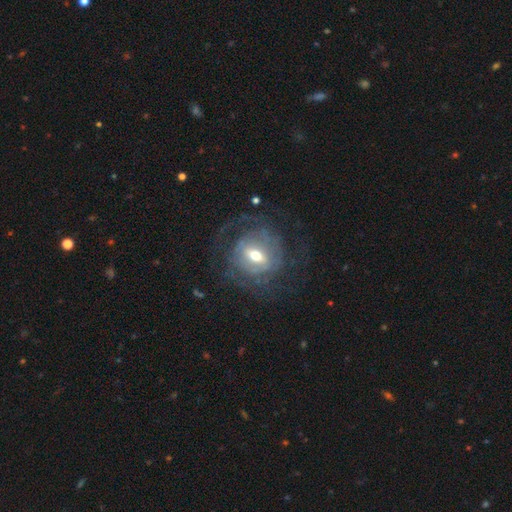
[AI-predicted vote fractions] A featured or disk galaxy (74%) with a weak bar (45%), tight (42%) spiral arms (74%) and a moderate central bulge (66%).

Vote fractions:
- Smooth or featured? featured or disk: 74% / smooth: 18% / star or artifact: 8%
- Edge-on disk? no: 94% / yes: 6%
- Bar? weak: 45% / strong: 32% / no: 23%
- Spiral arms? yes: 74% / no: 26%
- Spiral winding? tight: 42% / medium: 35% / loose: 23%
- Spiral arm count? can't tell: 38% / 2: 34% / 1: 9% / 3: 9% / 4: 5% / more than 4: 4%
- Bulge size? moderate: 66% / small: 22% / large: 10% / dominant: 1% / none: 1%
- Merging? none: 61% / major disturbance: 22% / minor disturbance: 16% / merger: 2%